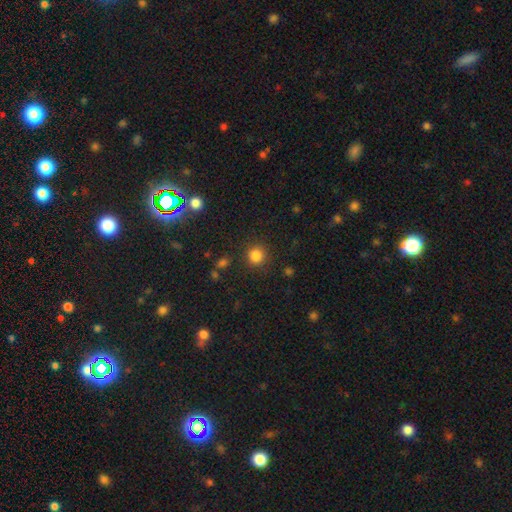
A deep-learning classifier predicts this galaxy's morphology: Q: Smooth or featured?
A: smooth (83%); runner-up: star or artifact (13%)
Q: How rounded?
A: round (92%); runner-up: in between (7%)
Q: Merging?
A: none (88%); runner-up: minor disturbance (7%)